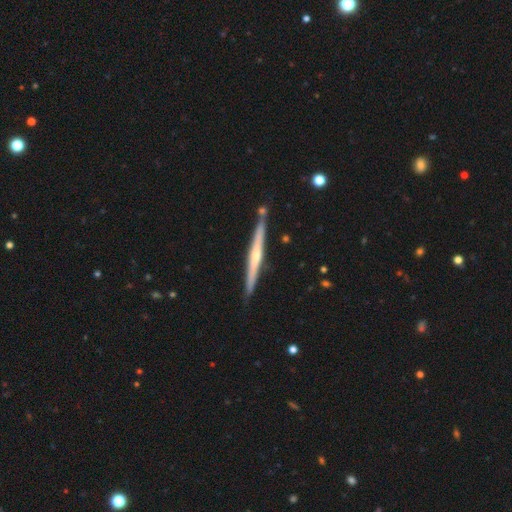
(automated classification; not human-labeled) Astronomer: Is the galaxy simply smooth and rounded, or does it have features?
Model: featured or disk — 69%.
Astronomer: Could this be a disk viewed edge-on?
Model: yes — 98%.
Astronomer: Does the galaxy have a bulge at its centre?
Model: rounded — 61%.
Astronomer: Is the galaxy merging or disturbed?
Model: none — 86%.